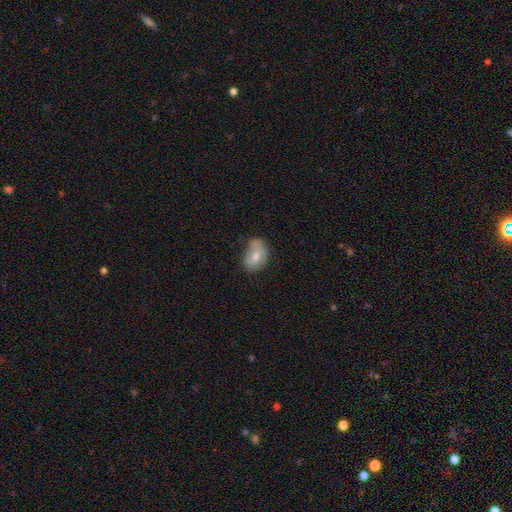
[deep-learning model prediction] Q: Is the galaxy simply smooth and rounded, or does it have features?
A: smooth — 65%.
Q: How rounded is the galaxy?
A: in between — 84%.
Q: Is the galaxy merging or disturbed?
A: none — 51%.